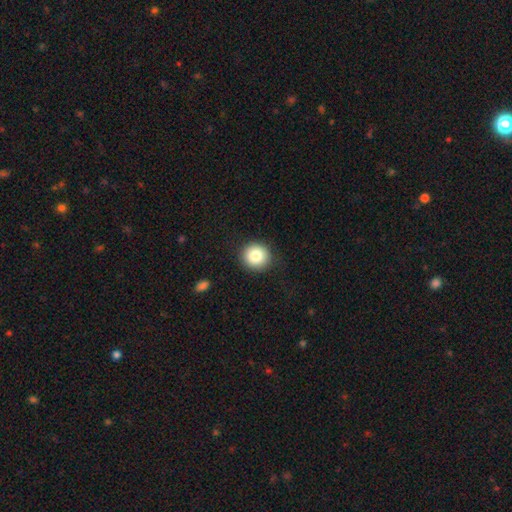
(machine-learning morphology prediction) smooth 84%, star or artifact 9%, featured or disk 7%. Down the decision tree: how rounded — round (92%); merging — none (90%).